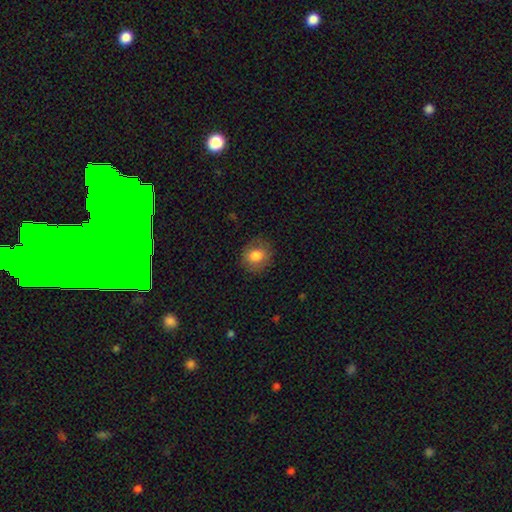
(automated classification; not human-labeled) Overall: smooth (80%). How rounded: round (74%). Merging: none (83%).